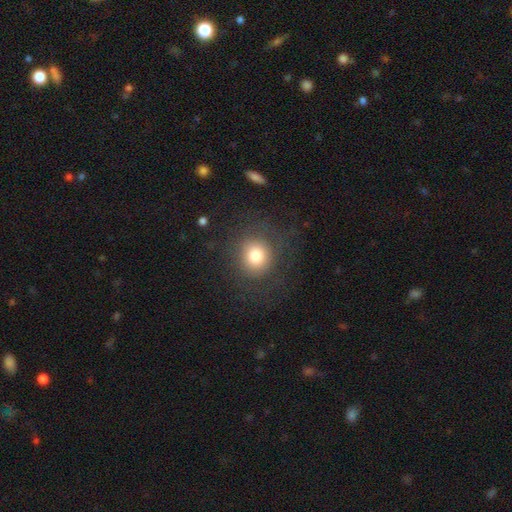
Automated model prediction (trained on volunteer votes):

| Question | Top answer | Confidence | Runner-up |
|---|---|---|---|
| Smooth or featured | smooth | 78% | star or artifact (12%) |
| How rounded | round | 86% | in between (13%) |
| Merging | none | 80% | minor disturbance (10%) |